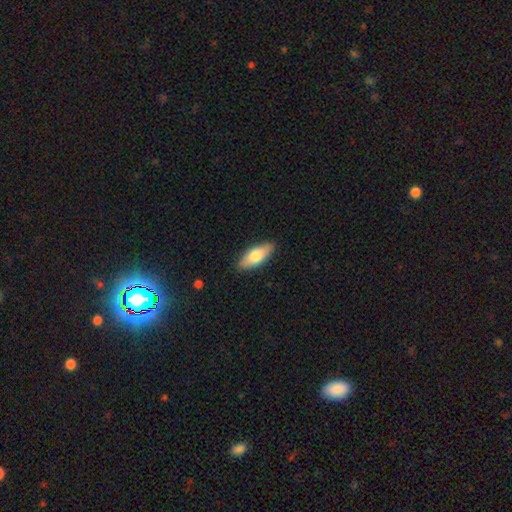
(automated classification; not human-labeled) Overall: smooth (73%). How rounded: in between (73%). Merging: none (87%).